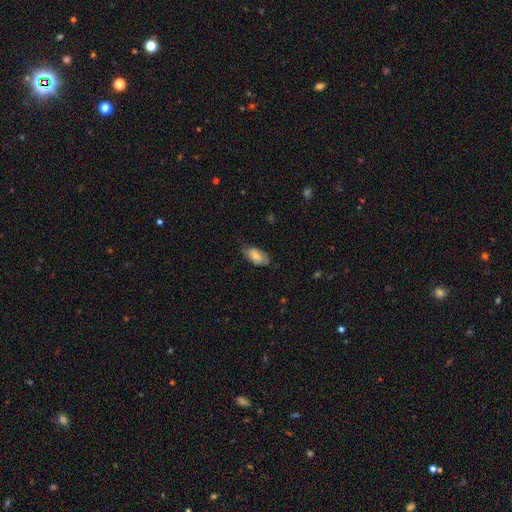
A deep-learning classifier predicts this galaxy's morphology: Q: Smooth or featured?
A: smooth (78%); runner-up: featured or disk (15%)
Q: How rounded?
A: in between (92%); runner-up: cigar-shaped (5%)
Q: Merging?
A: none (69%); runner-up: minor disturbance (24%)